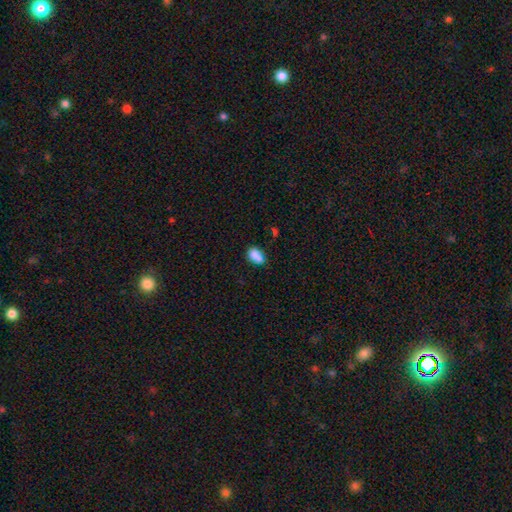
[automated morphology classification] A smooth galaxy with no disk features (85%) that is in between round and cigar-shaped (87%).

Vote fractions:
- Smooth or featured? smooth: 85% / star or artifact: 9% / featured or disk: 6%
- How rounded? in between: 87% / round: 10% / cigar-shaped: 3%
- Merging? none: 60% / minor disturbance: 26% / merger: 9% / major disturbance: 6%